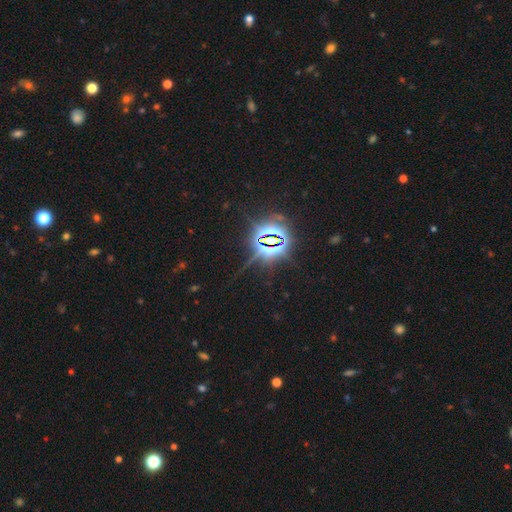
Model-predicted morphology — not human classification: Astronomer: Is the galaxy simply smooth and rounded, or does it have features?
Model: star or artifact — 86%.